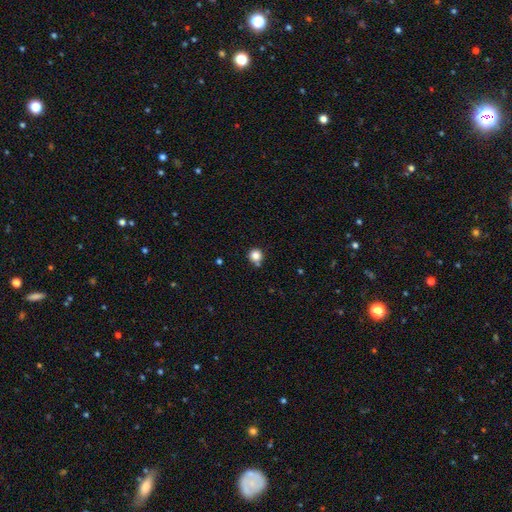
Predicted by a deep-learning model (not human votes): Smooth or featured: smooth — 84% (star or artifact — 12%)
How rounded: round — 93% (in between — 6%)
Merging: none — 78% (minor disturbance — 11%)